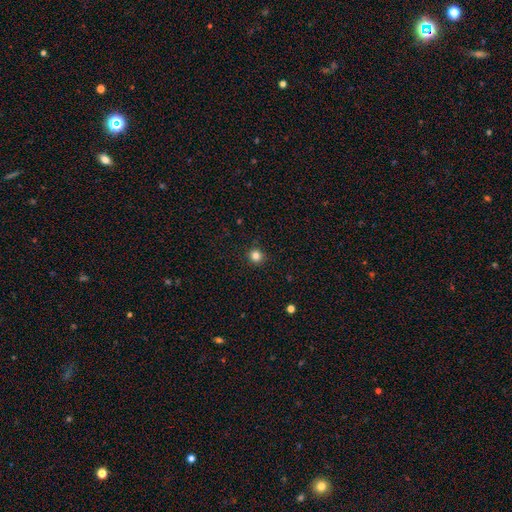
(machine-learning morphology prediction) Q: Smooth or featured?
A: smooth (83%); runner-up: star or artifact (13%)
Q: How rounded?
A: round (94%); runner-up: in between (5%)
Q: Merging?
A: none (91%); runner-up: minor disturbance (6%)